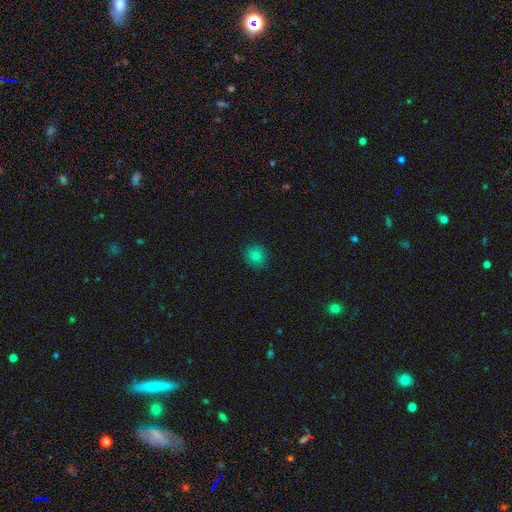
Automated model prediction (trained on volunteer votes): Smooth or featured?
  - smooth: 80% *
  - star or artifact: 13%
  - featured or disk: 8%
How rounded?
  - round: 87% *
  - in between: 12%
  - cigar-shaped: 1%
Merging?
  - none: 90% *
  - minor disturbance: 7%
  - major disturbance: 2%
  - merger: 1%